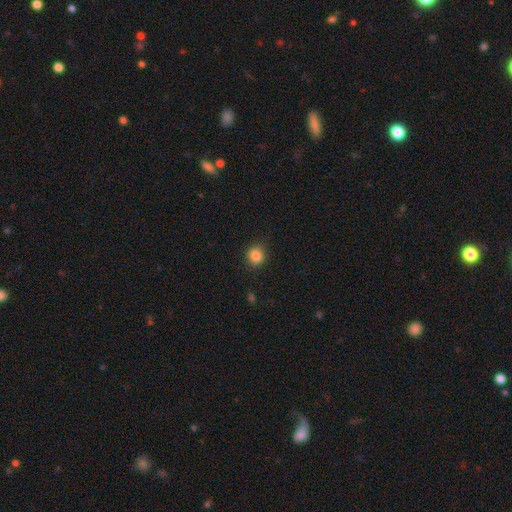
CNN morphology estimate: smooth 85%, star or artifact 11%, featured or disk 4%. Down the decision tree: how rounded — round (85%); merging — none (85%).